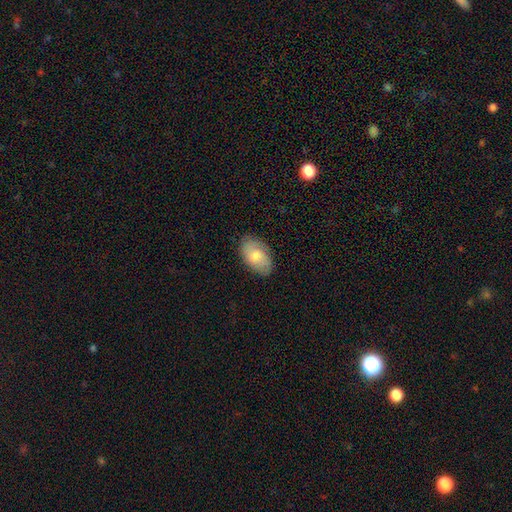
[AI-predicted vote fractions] Smooth or featured? smooth (72%)
How rounded? in between (93%)
Merging? none (80%)